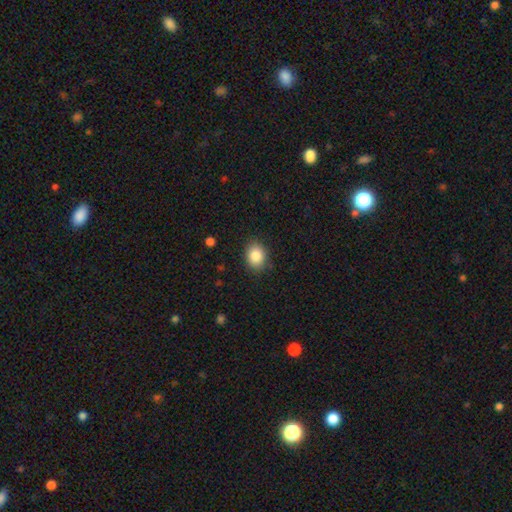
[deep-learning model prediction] Morphology: type=smooth (86%); roundness=in between (56%); merging=none (85%).